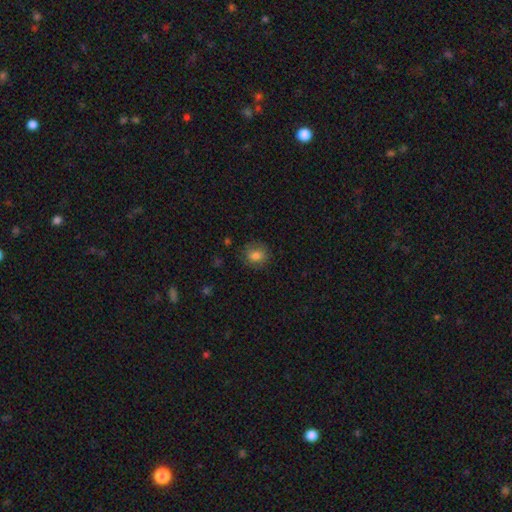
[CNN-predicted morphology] Q: Smooth or featured?
A: smooth (80%); runner-up: star or artifact (10%)
Q: How rounded?
A: round (70%); runner-up: in between (29%)
Q: Merging?
A: none (78%); runner-up: minor disturbance (16%)